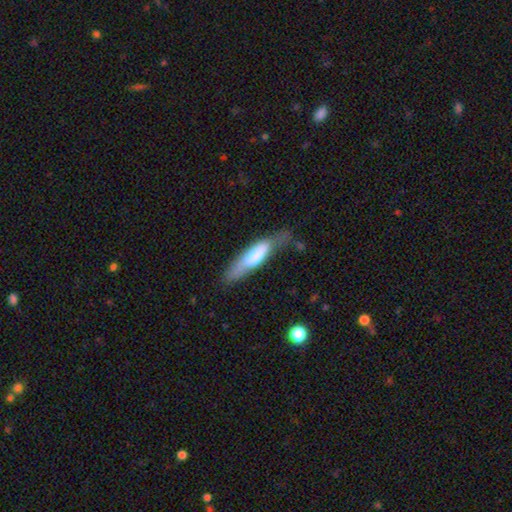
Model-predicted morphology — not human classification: Smooth or featured: smooth — 67% (featured or disk — 27%)
How rounded: cigar-shaped — 65% (in between — 34%)
Merging: none — 47% (minor disturbance — 32%)